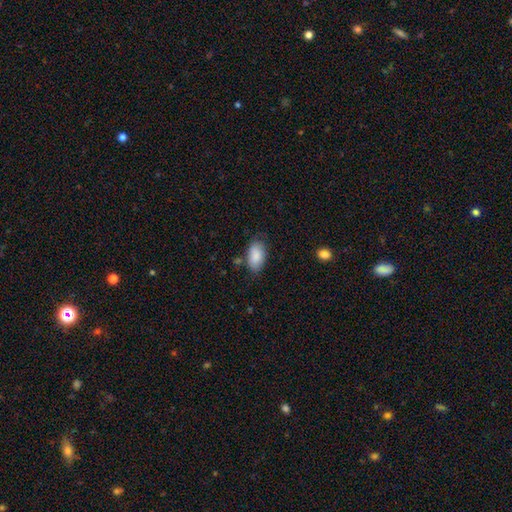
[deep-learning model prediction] Morphology: type=smooth (87%); roundness=in between (94%); merging=none (70%).